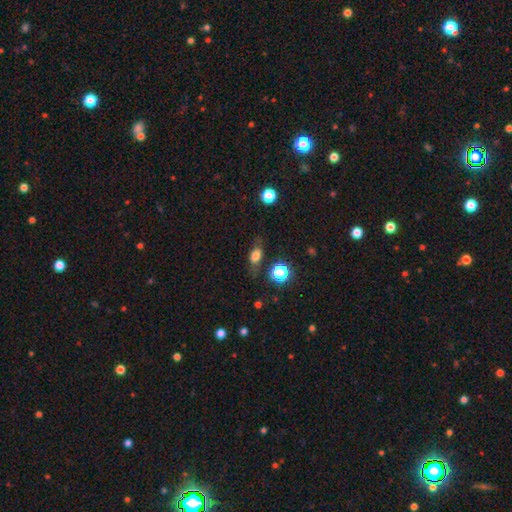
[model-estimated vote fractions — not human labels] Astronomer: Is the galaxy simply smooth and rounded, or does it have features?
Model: smooth — 72%.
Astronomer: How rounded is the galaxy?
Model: in between — 70%.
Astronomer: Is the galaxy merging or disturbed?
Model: none — 70%.